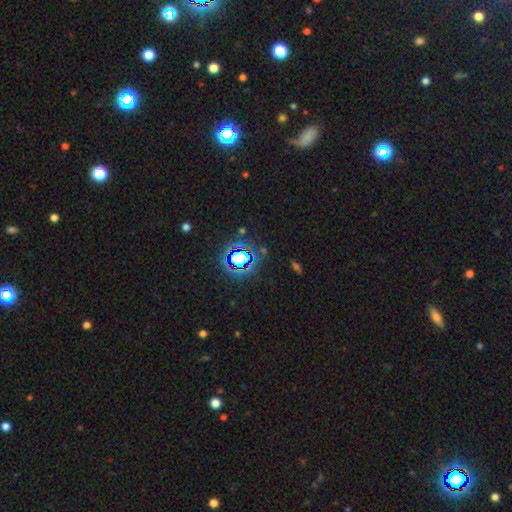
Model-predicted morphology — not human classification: Smooth or featured? star or artifact (75%)